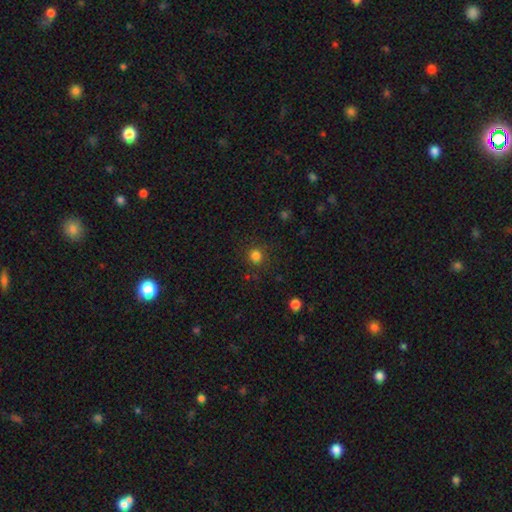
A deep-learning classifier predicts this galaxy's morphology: smooth_or_featured: smooth (p=0.82) [alt: star or artifact p=0.14]
how_rounded: round (p=0.92) [alt: in between p=0.07]
merging: none (p=0.87) [alt: minor disturbance p=0.08]